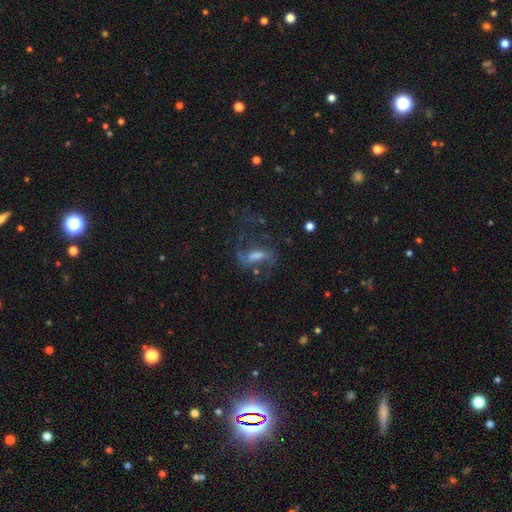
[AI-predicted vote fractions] Smooth or featured? featured or disk (68%)
Edge-on disk? no (90%)
Bar? weak (43%)
Spiral arms? yes (81%)
Bulge size? moderate (38%)
Merging? none (49%)